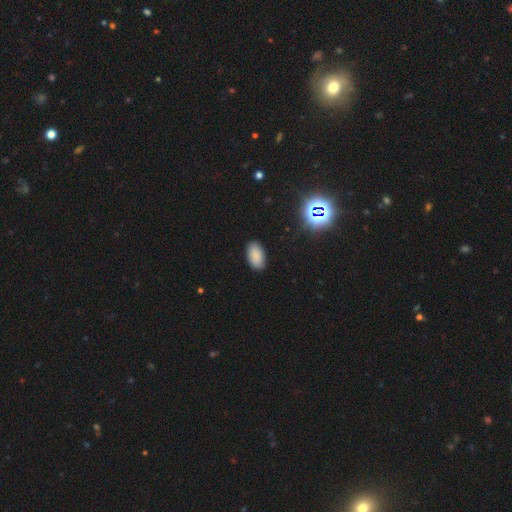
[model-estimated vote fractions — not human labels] Smooth or featured: smooth — 84% (star or artifact — 11%)
How rounded: in between — 94% (round — 4%)
Merging: none — 86% (minor disturbance — 11%)